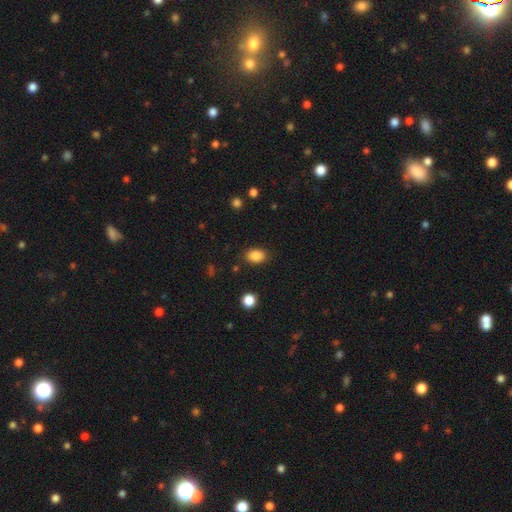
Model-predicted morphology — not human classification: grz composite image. It shows a smooth galaxy with no disk features (87%) that is in between round and cigar-shaped (83%). Merging: none (87%).